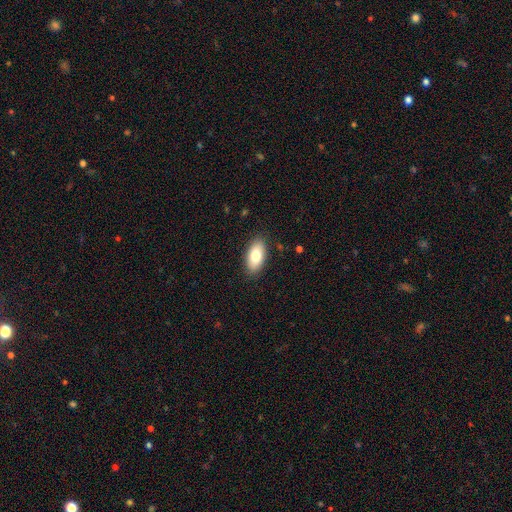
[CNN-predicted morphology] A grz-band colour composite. It shows a smooth galaxy with no disk features (79%) that is in between round and cigar-shaped (91%). Merging: none (87%).